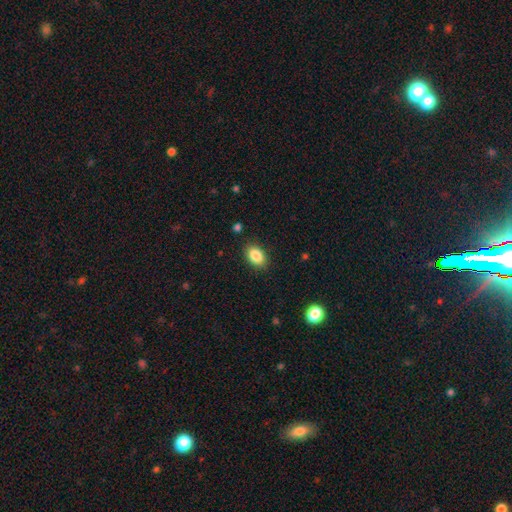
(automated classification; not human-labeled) smooth-or-featured: smooth: 87% | star or artifact: 8% | featured or disk: 5%
  how-rounded: in between: 85% | round: 13% | cigar-shaped: 1%
  merging: none: 87% | minor disturbance: 10% | major disturbance: 3% | merger: 1%